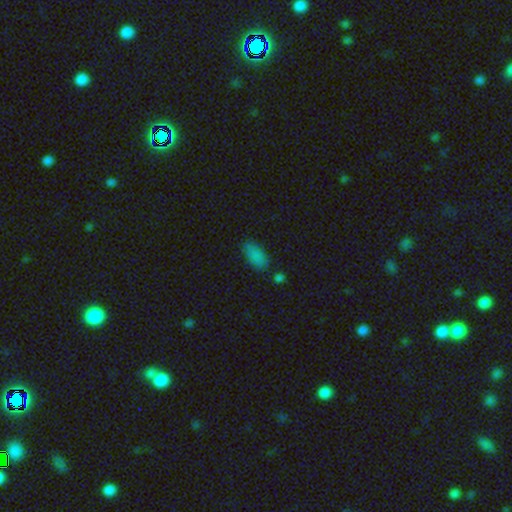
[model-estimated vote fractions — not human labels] Overall: smooth (83%). How rounded: in between (89%). Merging: none (74%).